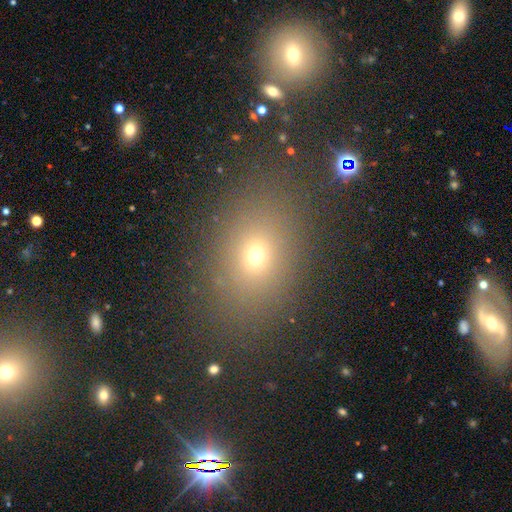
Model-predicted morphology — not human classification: A smooth galaxy with no disk features (66%) that is in between round and cigar-shaped (62%). Merging: none (79%).